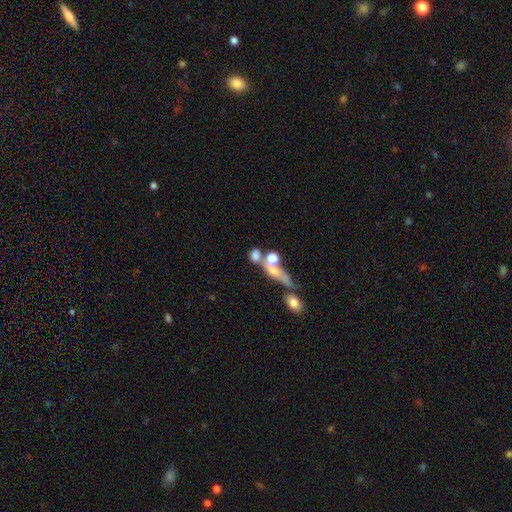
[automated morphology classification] type=smooth (65%); roundness=round (47%); merging=merger (42%).